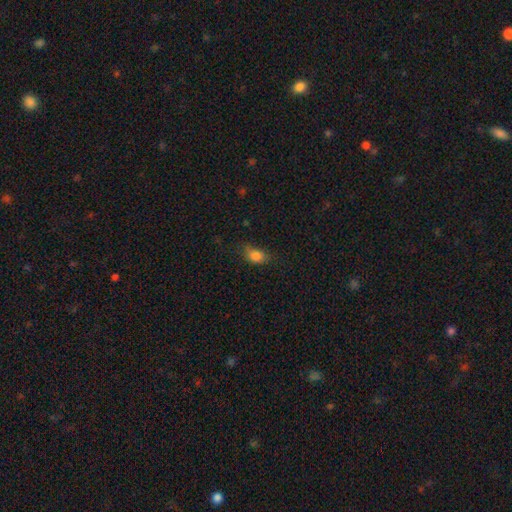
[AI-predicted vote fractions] This is clearly a smooth galaxy (83%). How rounded: likely in between (75%). Merging: possibly none (59%).